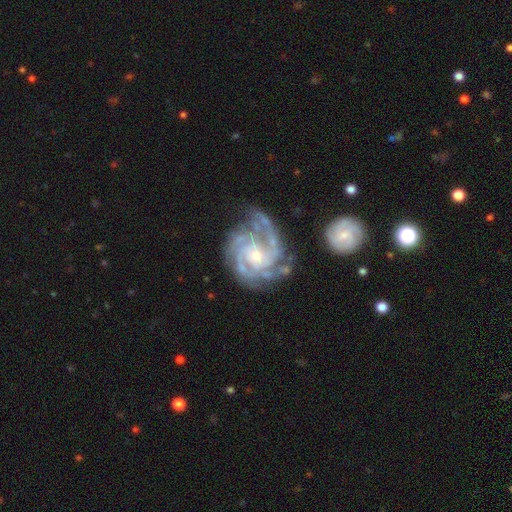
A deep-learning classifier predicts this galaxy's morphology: Smooth or featured? Predicted: featured or disk (p=0.90). Edge-on disk? Predicted: no (p=0.98). Bar? Predicted: no (p=0.68). Spiral arms? Predicted: yes (p=0.97). Spiral winding? Predicted: tight (p=0.63). Spiral arm count? Predicted: 3 (p=0.27). Bulge size? Predicted: small (p=0.58). Merging? Predicted: none (p=0.61).